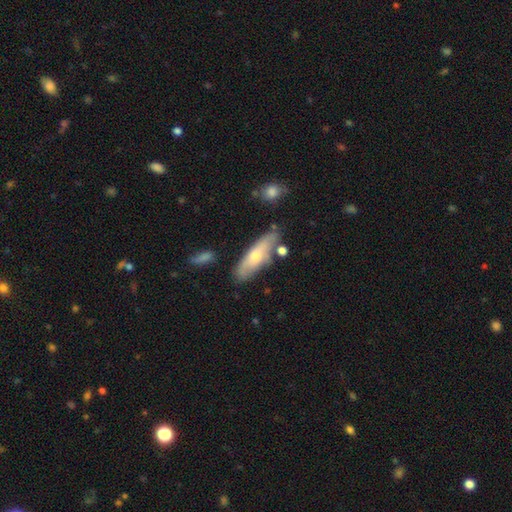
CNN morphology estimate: This appears to be a smooth galaxy with no disk features (57%) that is cigar-shaped (52%). Merging: none (71%).